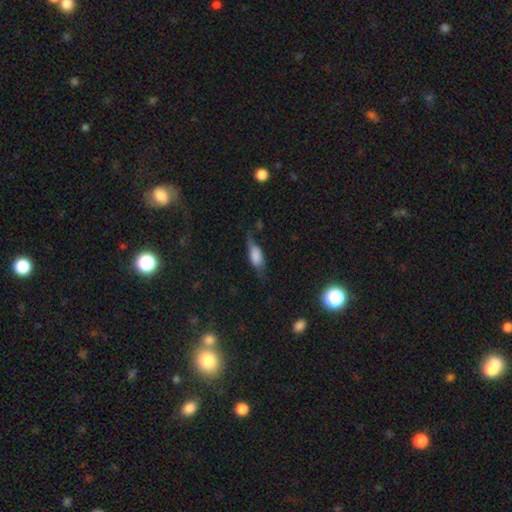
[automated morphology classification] This is likely a smooth galaxy (64%). How rounded: likely in between (74%). Merging: possibly none (45%).